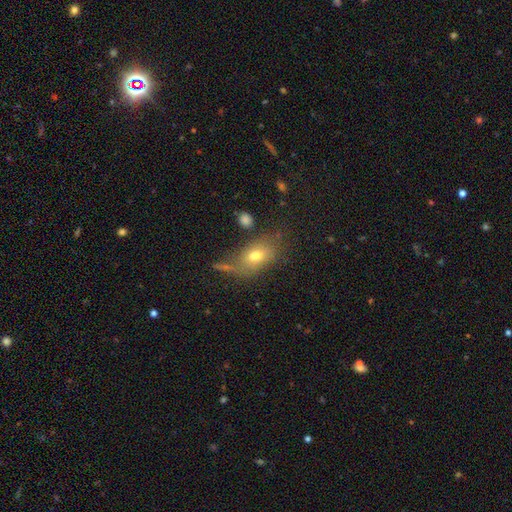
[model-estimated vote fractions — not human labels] Q: Smooth or featured?
A: smooth (69%); runner-up: featured or disk (19%)
Q: How rounded?
A: in between (83%); runner-up: round (13%)
Q: Merging?
A: none (55%); runner-up: minor disturbance (19%)